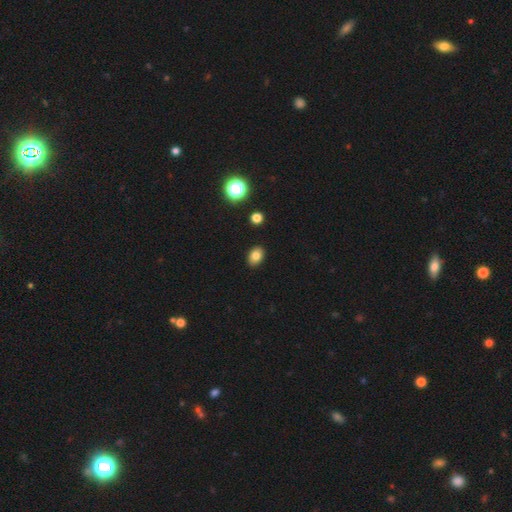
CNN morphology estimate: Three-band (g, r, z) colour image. It shows a smooth galaxy with no disk features (82%) that is in between round and cigar-shaped (77%). Merging: none (89%).